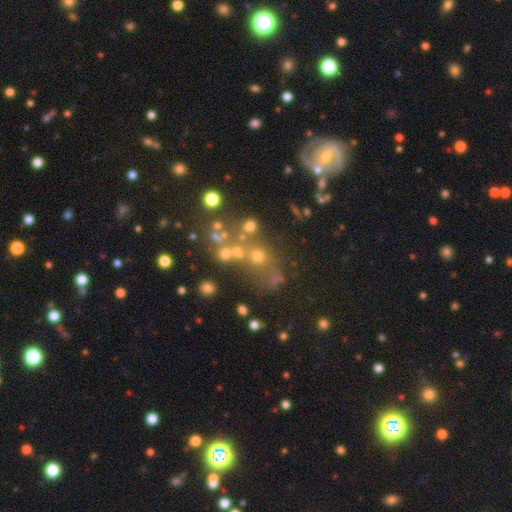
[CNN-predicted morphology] This is marginally a smooth galaxy (39%). Merging: possibly none (46%).